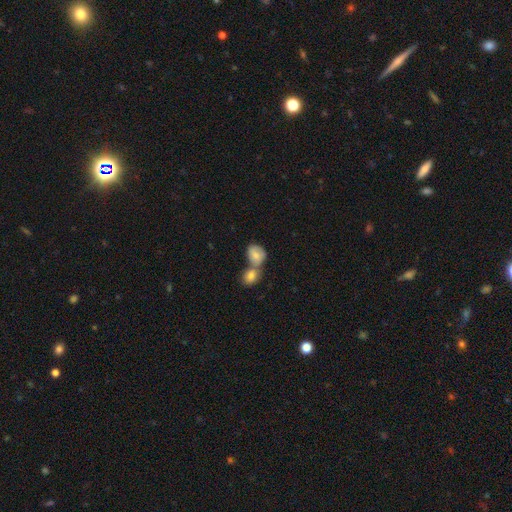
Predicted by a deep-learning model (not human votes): smooth_or_featured: smooth (p=0.74) [alt: featured or disk p=0.19]
how_rounded: in between (p=0.57) [alt: round p=0.42]
merging: merger (p=0.64) [alt: none p=0.24]